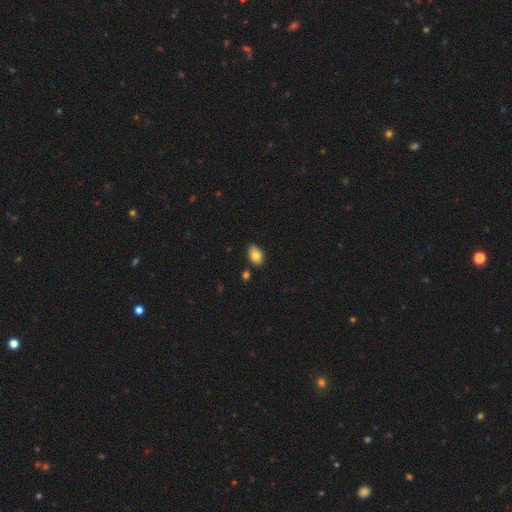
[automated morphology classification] smooth_or_featured: smooth (p=0.80) [alt: featured or disk p=0.12]
how_rounded: in between (p=0.89) [alt: round p=0.10]
merging: none (p=0.79) [alt: minor disturbance p=0.14]